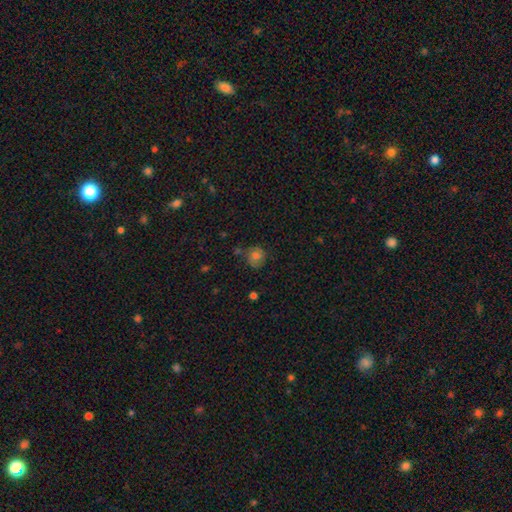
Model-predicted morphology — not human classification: Overall: smooth (67%). How rounded: round (81%). Merging: none (66%).